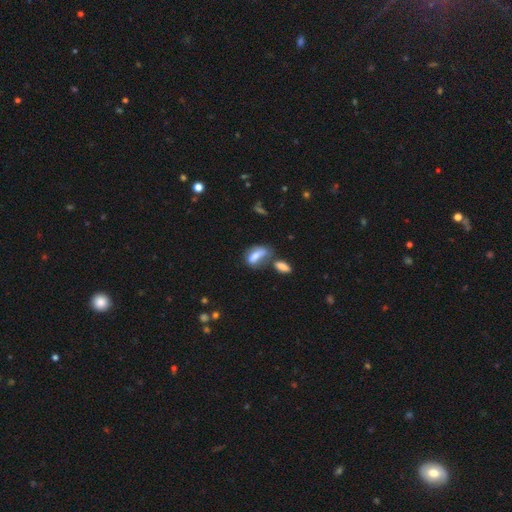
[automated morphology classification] Smooth or featured? Predicted: smooth (p=0.70). How rounded? Predicted: in between (p=0.74). Merging? Predicted: none (p=0.39).